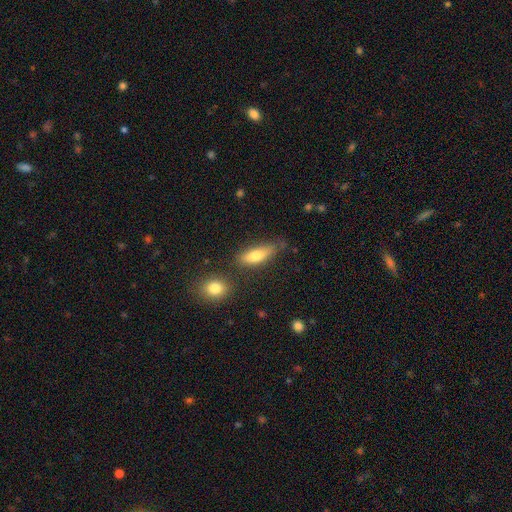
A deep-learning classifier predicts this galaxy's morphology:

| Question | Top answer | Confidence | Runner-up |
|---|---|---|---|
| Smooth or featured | smooth | 73% | featured or disk (20%) |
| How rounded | in between | 60% | cigar-shaped (37%) |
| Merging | none | 68% | minor disturbance (19%) |